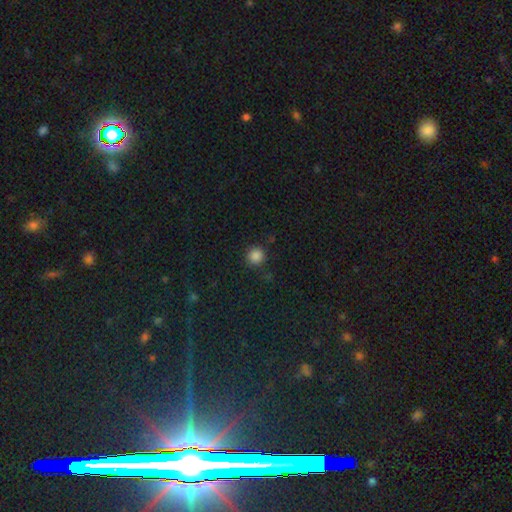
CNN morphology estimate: This is clearly a smooth galaxy (85%). How rounded: clearly round (93%). Merging: clearly none (87%).